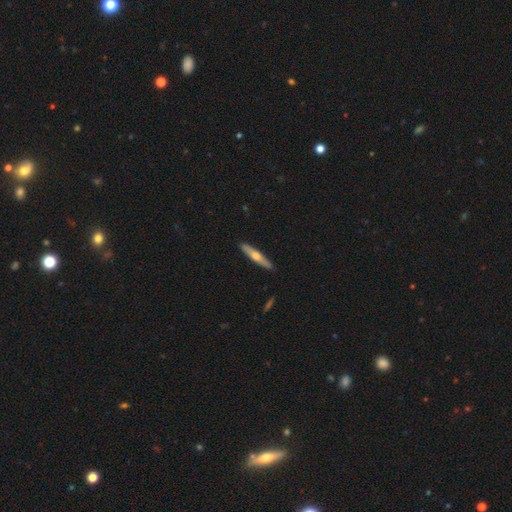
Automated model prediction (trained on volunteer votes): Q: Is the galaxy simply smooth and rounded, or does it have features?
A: featured or disk — 49%.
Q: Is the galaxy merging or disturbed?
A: none — 90%.